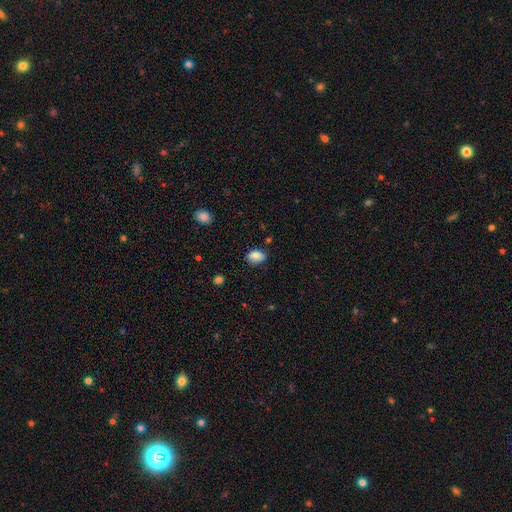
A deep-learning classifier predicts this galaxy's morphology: Smooth or featured?
  - smooth: 86% *
  - star or artifact: 8%
  - featured or disk: 6%
How rounded?
  - in between: 79% *
  - round: 20%
  - cigar-shaped: 1%
Merging?
  - none: 71% *
  - minor disturbance: 23%
  - major disturbance: 4%
  - merger: 2%